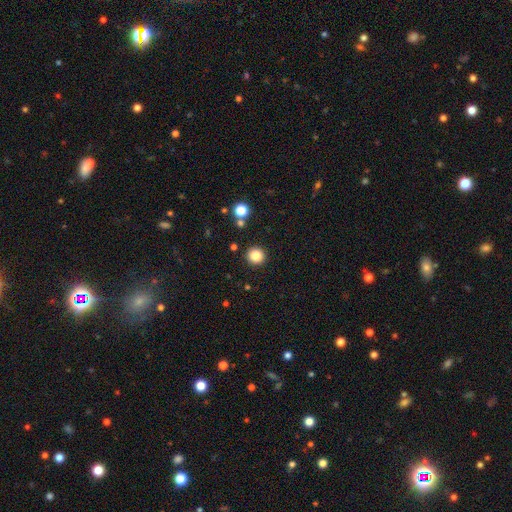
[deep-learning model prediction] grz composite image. It shows a smooth galaxy with no disk features (84%) that is round (94%). Merging: none (92%).